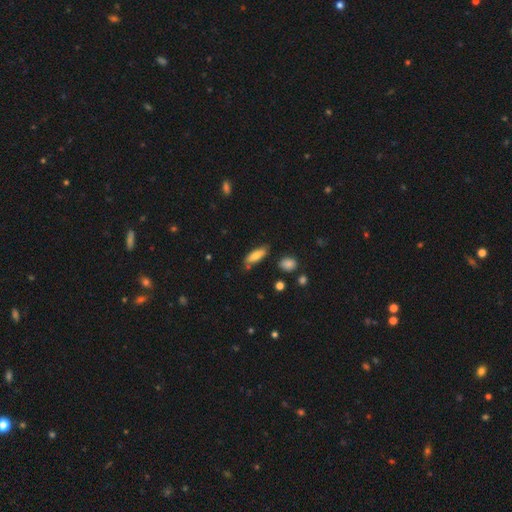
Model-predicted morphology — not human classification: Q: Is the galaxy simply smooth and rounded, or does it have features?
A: smooth — 74%.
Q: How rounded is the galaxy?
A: in between — 60%.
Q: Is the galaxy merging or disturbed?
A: none — 73%.